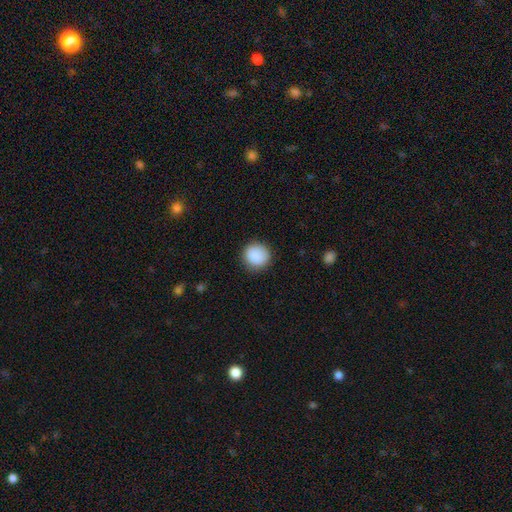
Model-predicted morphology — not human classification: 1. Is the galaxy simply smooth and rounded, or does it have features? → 89% smooth, 8% star or artifact, 3% featured or disk.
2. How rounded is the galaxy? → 91% round, 8% in between, 1% cigar-shaped.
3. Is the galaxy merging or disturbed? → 87% none, 9% minor disturbance, 3% major disturbance, 1% merger.